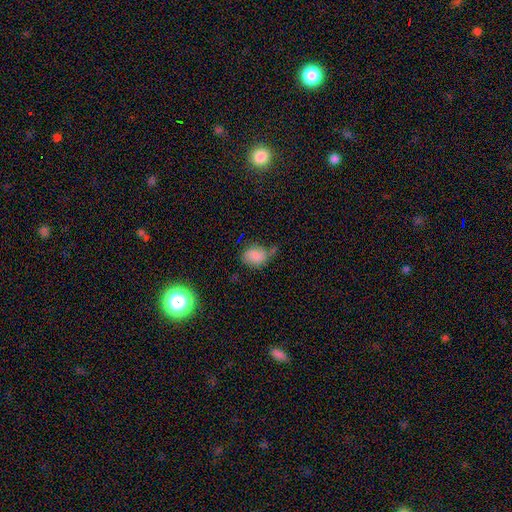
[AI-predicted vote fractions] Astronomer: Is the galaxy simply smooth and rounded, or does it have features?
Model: smooth — 75%.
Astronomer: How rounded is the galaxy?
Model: in between — 70%.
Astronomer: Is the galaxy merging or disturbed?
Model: none — 41% (runner-up: minor disturbance, 34%).